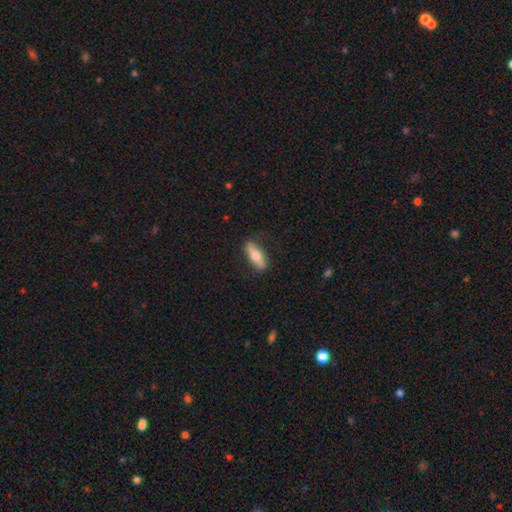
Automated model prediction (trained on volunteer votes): This is likely a smooth galaxy (65%). How rounded: possibly in between (52%). Merging: clearly none (82%).